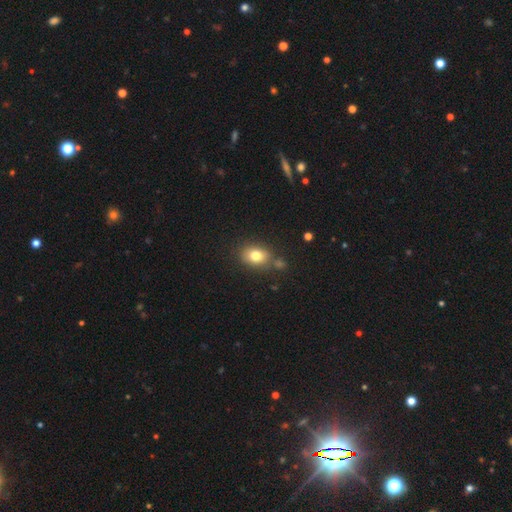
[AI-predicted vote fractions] Smooth or featured: smooth — 79% (featured or disk — 11%)
How rounded: in between — 64% (round — 35%)
Merging: none — 71% (minor disturbance — 14%)